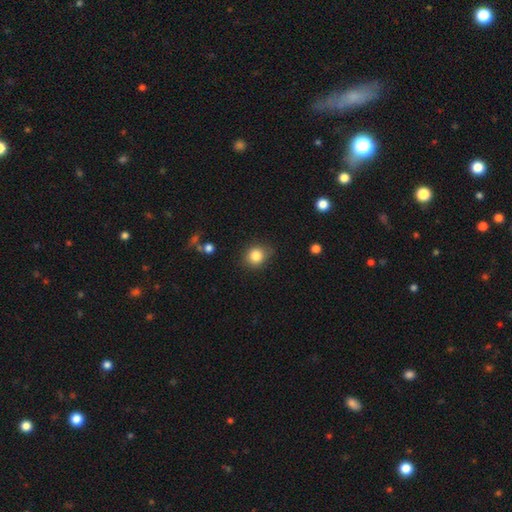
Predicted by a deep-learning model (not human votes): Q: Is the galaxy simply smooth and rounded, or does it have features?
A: smooth — 84%.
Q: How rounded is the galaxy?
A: round — 75%.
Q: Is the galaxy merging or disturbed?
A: none — 77%.